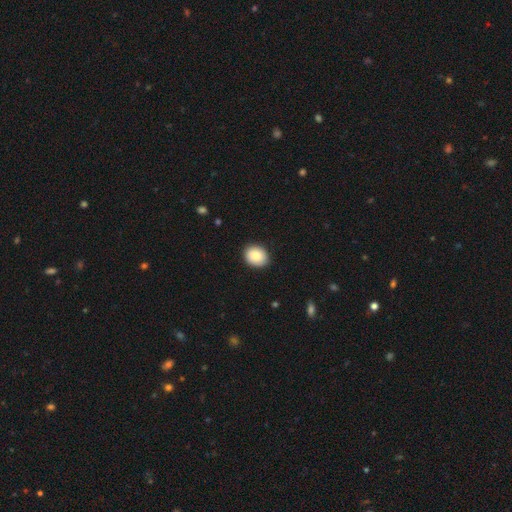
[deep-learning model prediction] Q: Smooth or featured?
A: smooth (88%); runner-up: star or artifact (7%)
Q: How rounded?
A: round (57%); runner-up: in between (42%)
Q: Merging?
A: none (89%); runner-up: minor disturbance (8%)